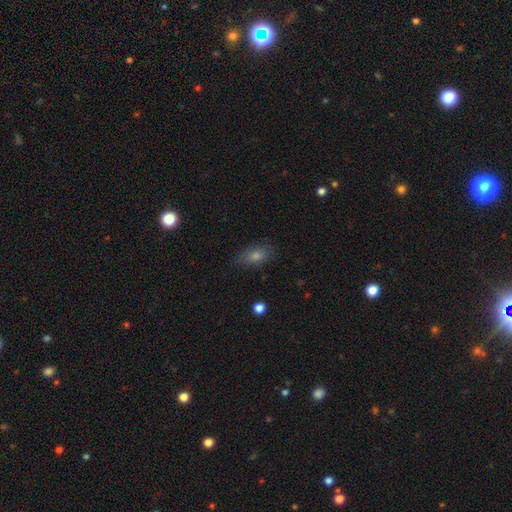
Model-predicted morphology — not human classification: Overall: smooth (70%). How rounded: in between (82%). Merging: none (82%).